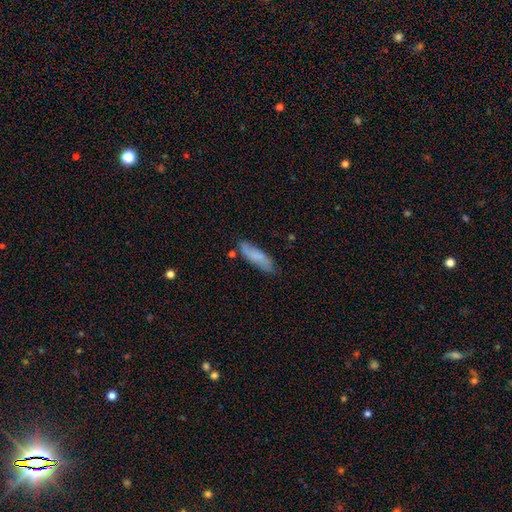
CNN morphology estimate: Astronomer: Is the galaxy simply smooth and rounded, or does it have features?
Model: smooth — 72%.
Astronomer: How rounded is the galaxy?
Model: cigar-shaped — 58% (runner-up: in between, 40%).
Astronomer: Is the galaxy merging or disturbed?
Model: none — 72%.